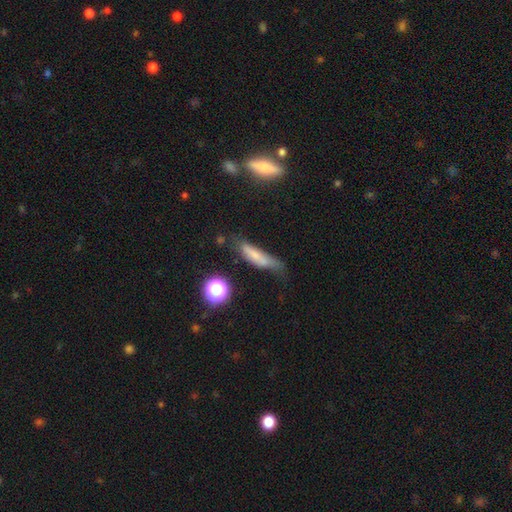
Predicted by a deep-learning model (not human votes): Smooth or featured?
  - smooth: 65% *
  - featured or disk: 24%
  - star or artifact: 12%
How rounded?
  - cigar-shaped: 68% *
  - in between: 28%
  - round: 4%
Merging?
  - none: 40% *
  - minor disturbance: 35%
  - major disturbance: 18%
  - merger: 6%